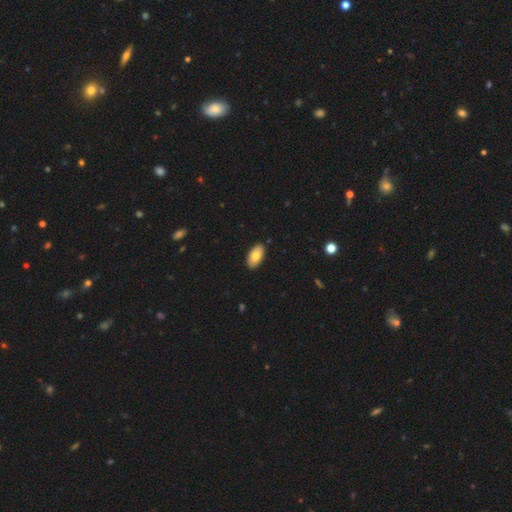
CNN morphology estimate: type=smooth (78%); roundness=in between (95%); merging=none (90%).